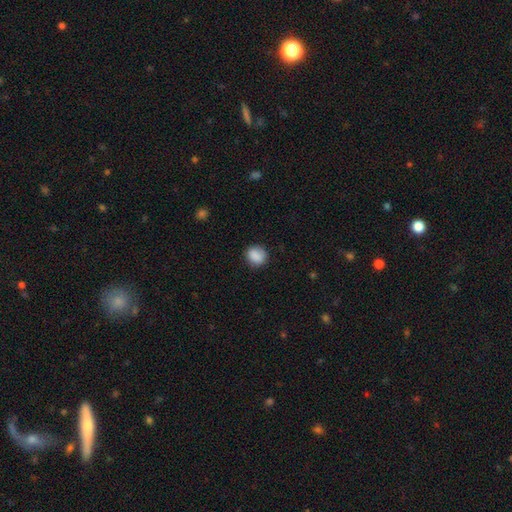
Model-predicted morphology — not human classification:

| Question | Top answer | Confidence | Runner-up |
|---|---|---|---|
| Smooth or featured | smooth | 88% | star or artifact (8%) |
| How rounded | round | 76% | in between (23%) |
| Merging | none | 84% | minor disturbance (12%) |